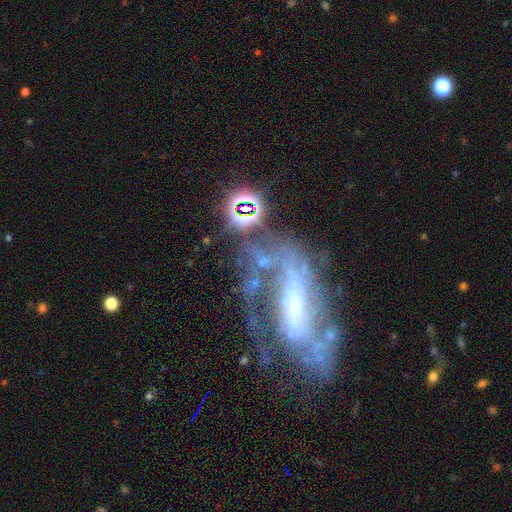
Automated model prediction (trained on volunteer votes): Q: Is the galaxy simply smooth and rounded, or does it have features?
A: featured or disk — 80%.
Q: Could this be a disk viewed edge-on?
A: no — 89%.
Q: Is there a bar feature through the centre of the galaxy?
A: strong — 40%.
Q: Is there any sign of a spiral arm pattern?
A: yes — 83%.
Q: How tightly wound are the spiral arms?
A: medium — 42%.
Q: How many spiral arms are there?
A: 2 — 52%.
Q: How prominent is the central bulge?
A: small — 38%.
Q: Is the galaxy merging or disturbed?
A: none — 47%.